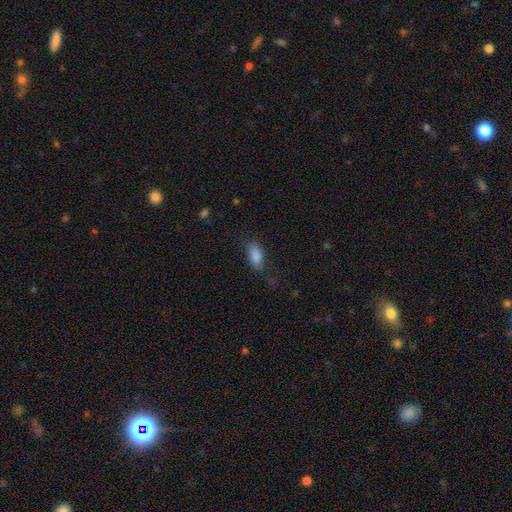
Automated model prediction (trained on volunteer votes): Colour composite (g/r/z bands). It shows a smooth galaxy with no disk features (86%) that is in between round and cigar-shaped (88%). Merging: none (67%).